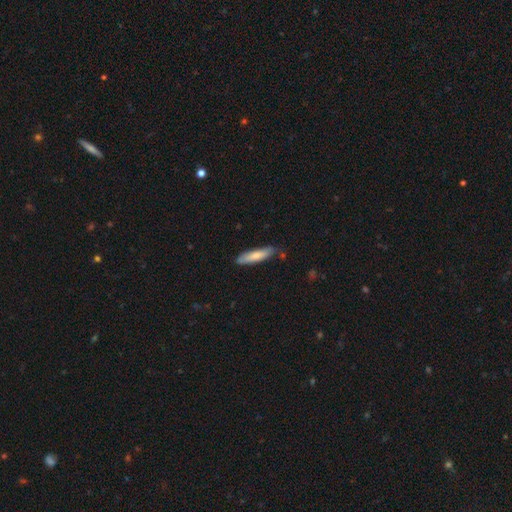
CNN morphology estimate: Smooth or featured: smooth — 77% (featured or disk — 18%)
How rounded: cigar-shaped — 78% (in between — 21%)
Merging: none — 79% (minor disturbance — 16%)